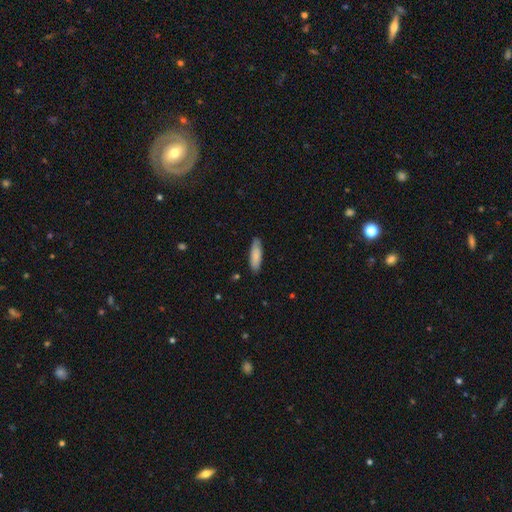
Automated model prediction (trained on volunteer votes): Smooth or featured?
  - smooth: 84% *
  - featured or disk: 10%
  - star or artifact: 6%
How rounded?
  - cigar-shaped: 53% *
  - in between: 46%
  - round: 2%
Merging?
  - none: 85% *
  - minor disturbance: 12%
  - major disturbance: 2%
  - merger: 1%